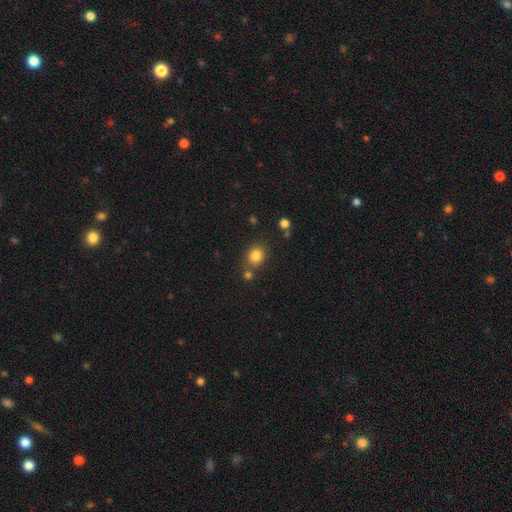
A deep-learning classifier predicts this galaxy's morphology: Smooth or featured? smooth (82%)
How rounded? round (69%)
Merging? none (73%)